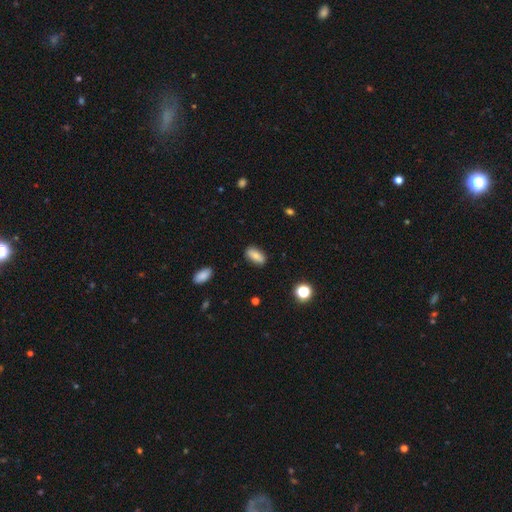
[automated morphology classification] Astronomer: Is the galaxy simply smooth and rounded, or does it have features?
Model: smooth — 81%.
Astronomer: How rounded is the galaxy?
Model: in between — 84%.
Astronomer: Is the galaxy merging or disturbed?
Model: none — 86%.